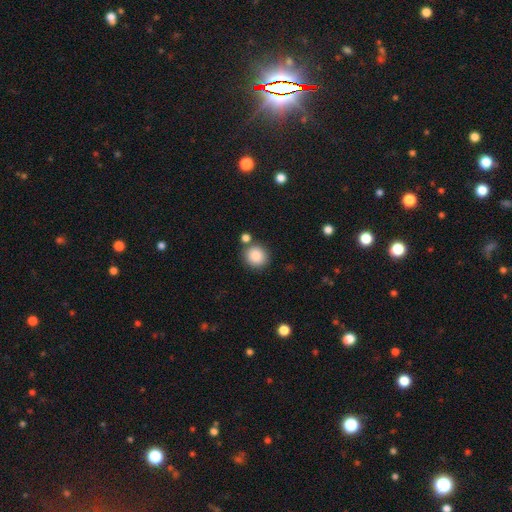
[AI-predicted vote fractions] Morphology: type=smooth (88%); roundness=round (87%); merging=none (77%).